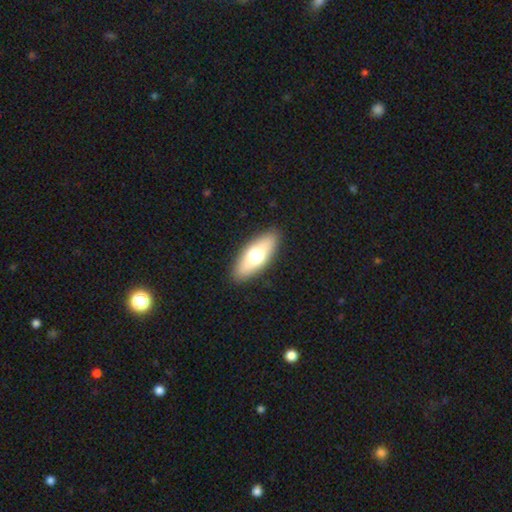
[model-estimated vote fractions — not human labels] A smooth galaxy with no disk features (61%) that is in between round and cigar-shaped (71%). Merging: none (89%).